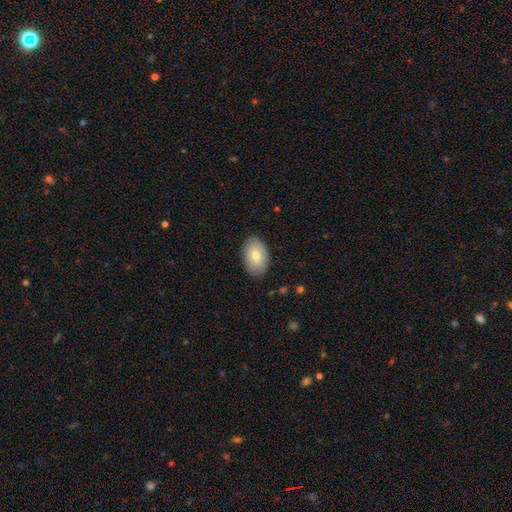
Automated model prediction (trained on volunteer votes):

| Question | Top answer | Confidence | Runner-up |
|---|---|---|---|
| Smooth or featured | smooth | 74% | featured or disk (19%) |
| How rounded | in between | 90% | round (9%) |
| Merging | none | 86% | minor disturbance (11%) |